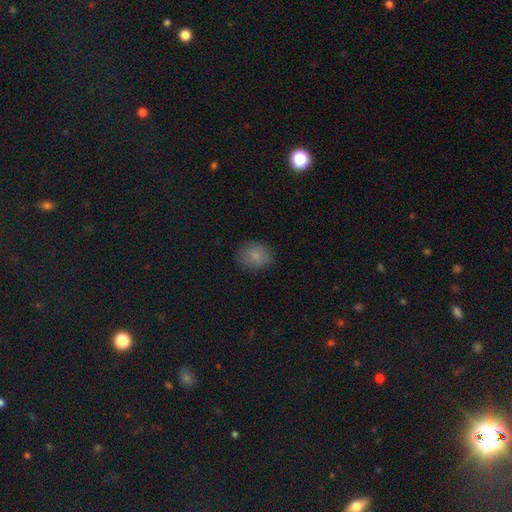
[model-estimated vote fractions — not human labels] Smooth or featured? smooth (84%)
How rounded? round (62%)
Merging? none (85%)